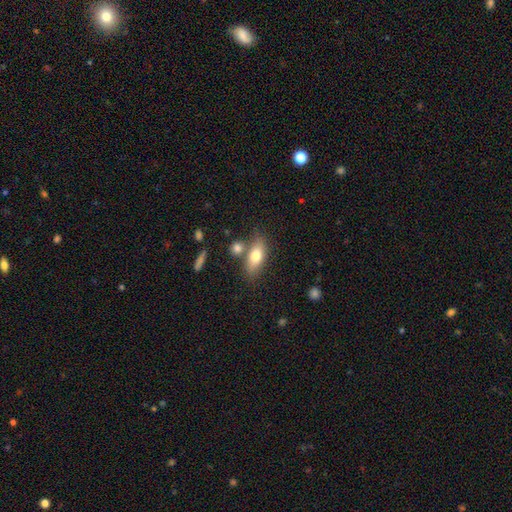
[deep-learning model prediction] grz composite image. It shows a smooth galaxy with no disk features (73%) that is in between round and cigar-shaped (78%). Merging: none (64%).